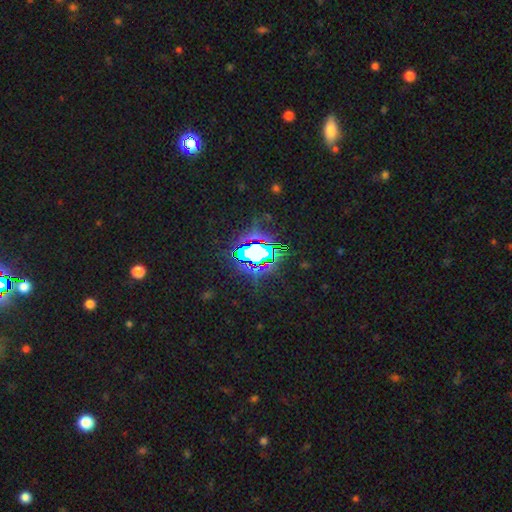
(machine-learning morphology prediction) smooth_or_featured: star or artifact (p=0.71) [alt: smooth p=0.16]